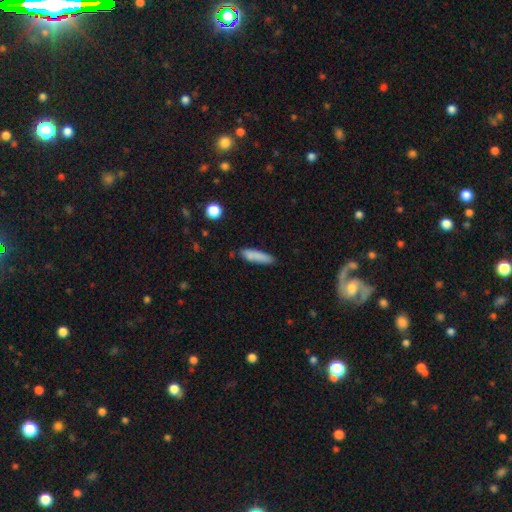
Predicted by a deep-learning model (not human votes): Smooth or featured? Predicted: smooth (p=0.84). How rounded? Predicted: cigar-shaped (p=0.72). Merging? Predicted: none (p=0.78).